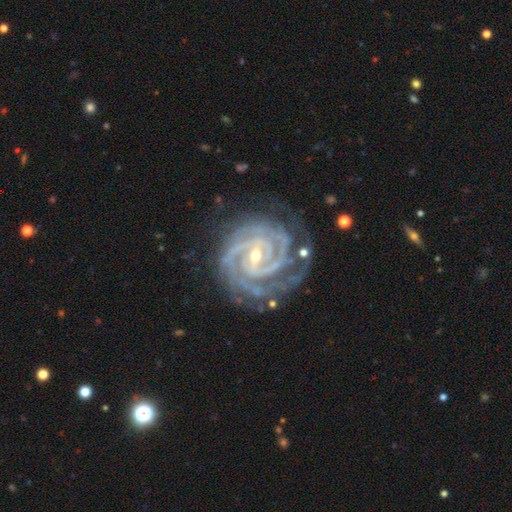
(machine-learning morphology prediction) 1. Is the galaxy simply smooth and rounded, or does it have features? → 93% featured or disk, 4% star or artifact, 2% smooth.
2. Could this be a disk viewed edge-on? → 98% no, 2% yes.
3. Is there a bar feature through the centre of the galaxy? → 46% weak, 29% strong, 24% no.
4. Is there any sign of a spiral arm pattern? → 99% yes, 1% no.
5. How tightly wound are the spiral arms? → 81% tight, 18% medium, 2% loose.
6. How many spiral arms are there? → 32% 3, 28% 2, 18% 4, 11% can't tell, 6% more than 4, 6% 1.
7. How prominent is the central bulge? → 61% small, 37% moderate, 1% large, 1% none, 1% dominant.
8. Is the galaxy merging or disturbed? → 70% none, 20% minor disturbance, 8% major disturbance, 2% merger.